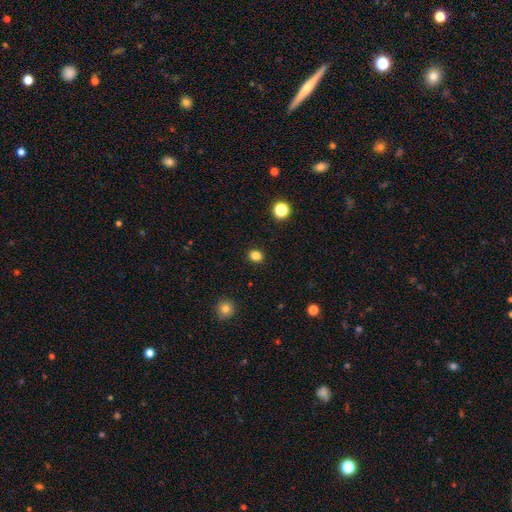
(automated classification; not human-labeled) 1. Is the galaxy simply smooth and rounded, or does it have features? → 83% smooth, 13% star or artifact, 4% featured or disk.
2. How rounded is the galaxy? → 64% round, 35% in between, 1% cigar-shaped.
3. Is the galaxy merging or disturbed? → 90% none, 7% minor disturbance, 2% major disturbance, 1% merger.